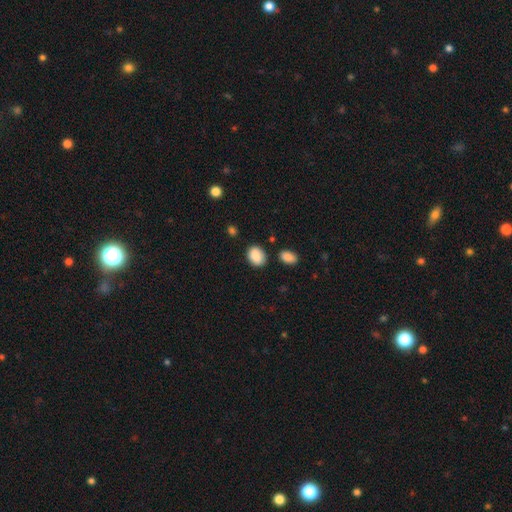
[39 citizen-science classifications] Morphology: type=smooth (97%); roundness=in between (74%); merging=none (82%).